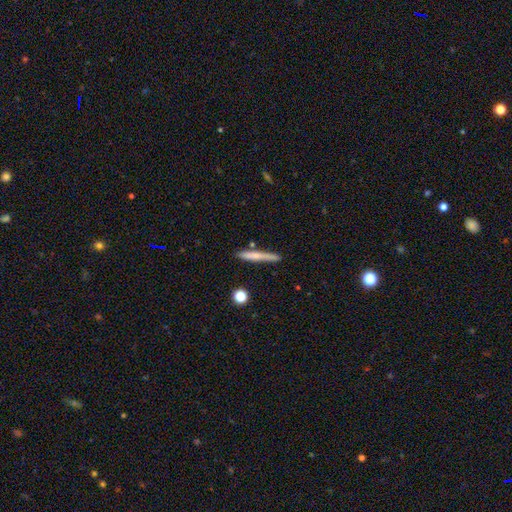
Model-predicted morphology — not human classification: The model was most divided on "smooth or featured": smooth: 65%, featured or disk: 29%, star or artifact: 6%. More confident: how rounded — cigar-shaped (95%); merging — none (82%).